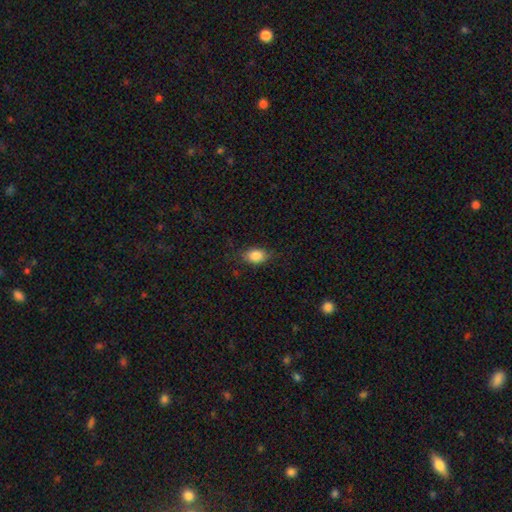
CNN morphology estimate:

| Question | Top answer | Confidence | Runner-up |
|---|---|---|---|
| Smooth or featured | smooth | 85% | star or artifact (8%) |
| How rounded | in between | 81% | round (17%) |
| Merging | none | 79% | minor disturbance (16%) |